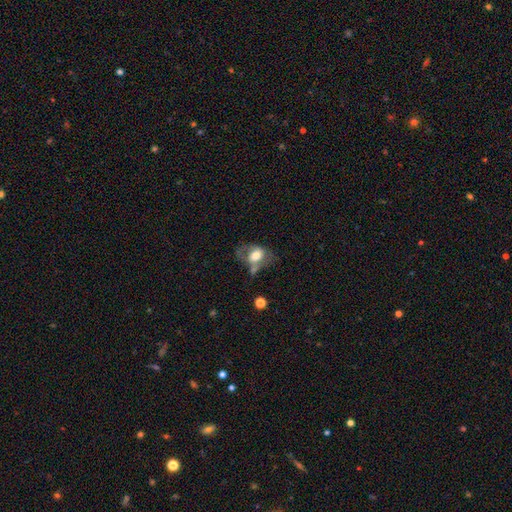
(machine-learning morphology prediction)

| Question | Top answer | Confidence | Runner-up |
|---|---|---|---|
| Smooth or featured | smooth | 55% | featured or disk (37%) |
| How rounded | in between | 73% | round (25%) |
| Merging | none | 32% | major disturbance (27%) |